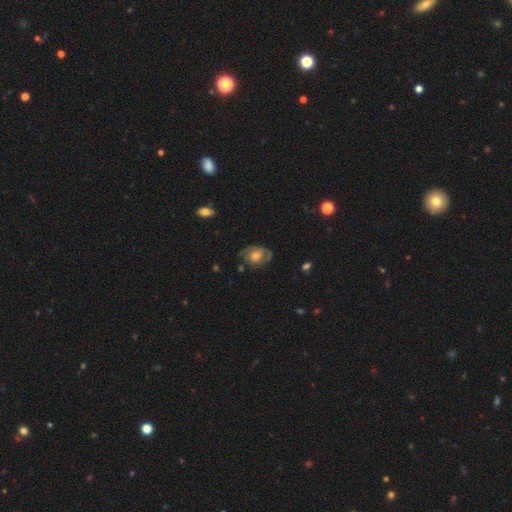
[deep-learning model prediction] This is possibly a featured or disk galaxy (59%). It is clearly not viewed edge-on (96%). Bar: likely no (77%). Spiral arm pattern: likely yes (77%). Central bulge: possibly moderate (57%). Merging: likely none (65%).